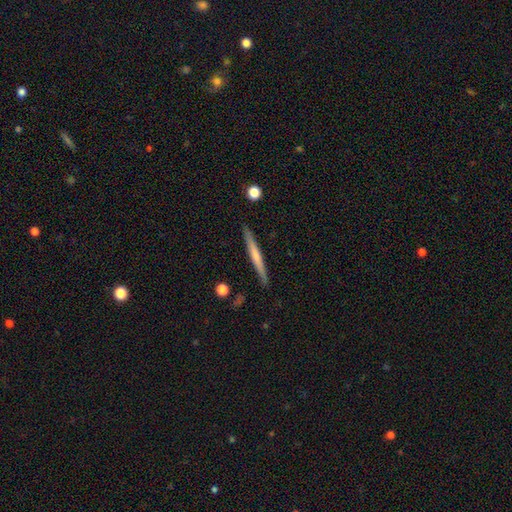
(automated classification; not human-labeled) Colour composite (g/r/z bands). It shows a smooth galaxy with no disk features (48%). Merging: none (89%).